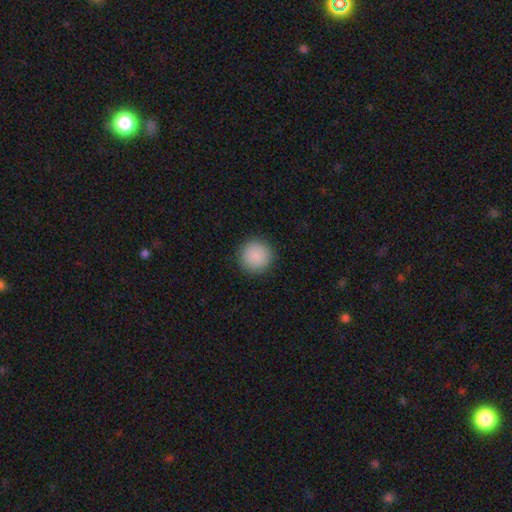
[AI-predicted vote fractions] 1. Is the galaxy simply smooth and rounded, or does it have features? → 89% smooth, 8% star or artifact, 3% featured or disk.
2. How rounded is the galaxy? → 95% round, 4% in between, 1% cigar-shaped.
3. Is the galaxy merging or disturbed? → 91% none, 6% minor disturbance, 2% major disturbance, 1% merger.